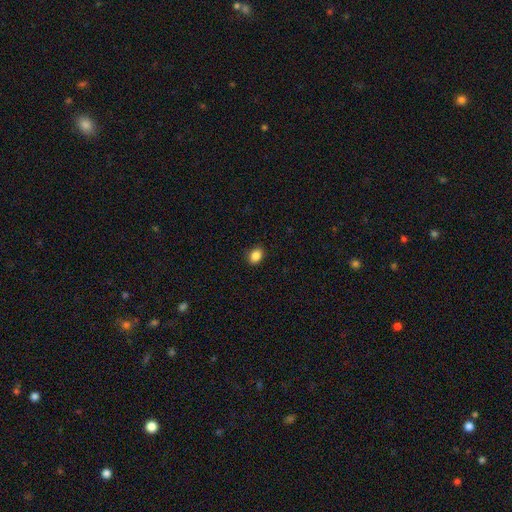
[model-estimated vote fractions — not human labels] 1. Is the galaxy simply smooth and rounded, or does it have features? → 87% smooth, 10% star or artifact, 4% featured or disk.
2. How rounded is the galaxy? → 64% in between, 35% round, 1% cigar-shaped.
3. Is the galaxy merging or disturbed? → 88% none, 9% minor disturbance, 2% major disturbance, 1% merger.